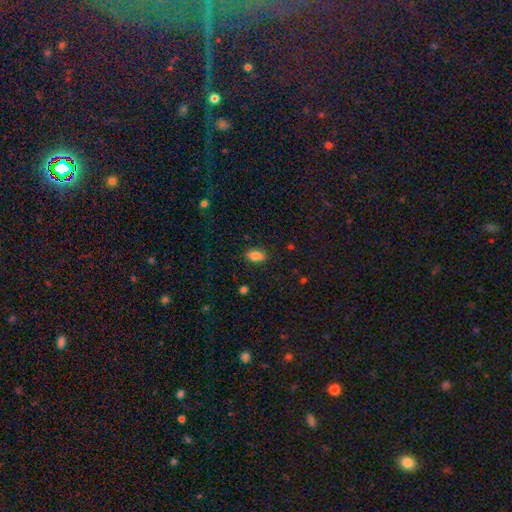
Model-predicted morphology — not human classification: This is clearly a smooth galaxy (83%). How rounded: clearly in between (86%). Merging: clearly none (83%).